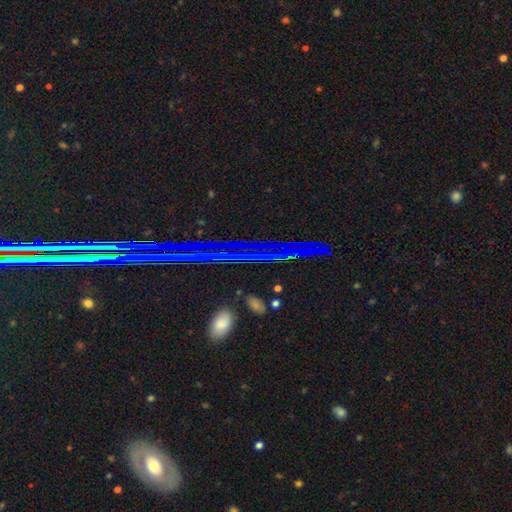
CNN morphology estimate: A star or artifact, not a galaxy (72%).

Vote fractions:
- Smooth or featured? star or artifact: 72% / featured or disk: 16% / smooth: 13%